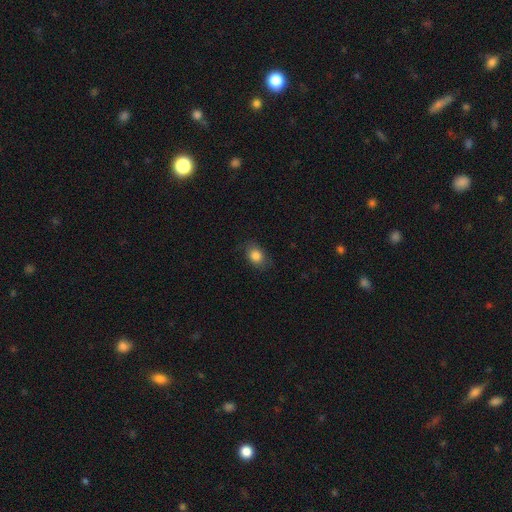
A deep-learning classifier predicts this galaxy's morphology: Q: Smooth or featured?
A: smooth (84%); runner-up: star or artifact (9%)
Q: How rounded?
A: in between (64%); runner-up: round (35%)
Q: Merging?
A: none (79%); runner-up: minor disturbance (16%)